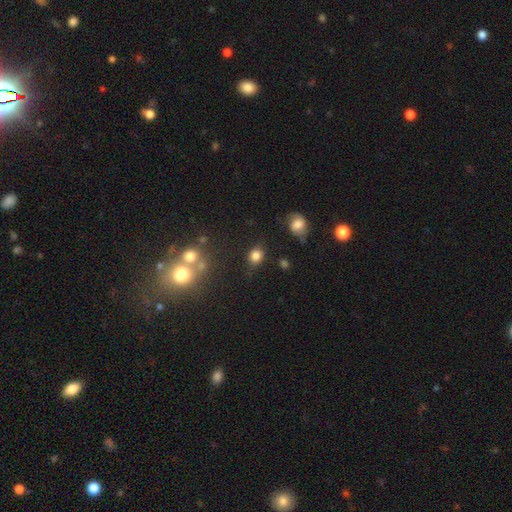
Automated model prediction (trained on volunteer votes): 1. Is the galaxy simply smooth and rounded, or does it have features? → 81% smooth, 13% star or artifact, 6% featured or disk.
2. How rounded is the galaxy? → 65% round, 33% in between, 1% cigar-shaped.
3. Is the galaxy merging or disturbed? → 76% none, 15% minor disturbance, 5% major disturbance, 4% merger.